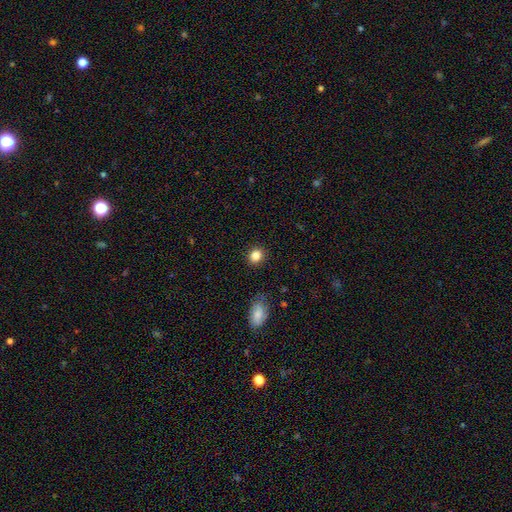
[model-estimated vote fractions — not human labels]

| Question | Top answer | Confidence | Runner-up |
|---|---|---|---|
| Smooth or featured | smooth | 84% | star or artifact (10%) |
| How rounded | round | 73% | in between (25%) |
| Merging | none | 88% | minor disturbance (8%) |